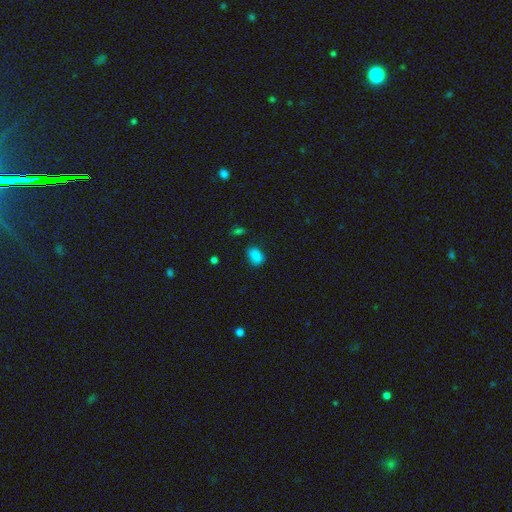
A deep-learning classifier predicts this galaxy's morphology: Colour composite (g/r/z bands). It shows a smooth galaxy with no disk features (84%) that is in between round and cigar-shaped (80%). Merging: none (71%).